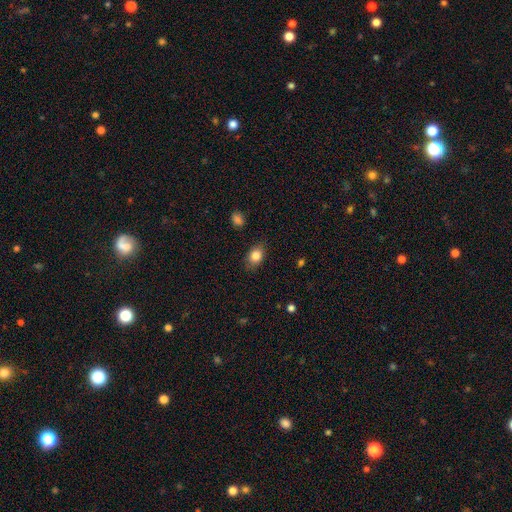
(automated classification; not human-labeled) A smooth galaxy with no disk features (84%) that is in between round and cigar-shaped (71%). Merging: none (83%).